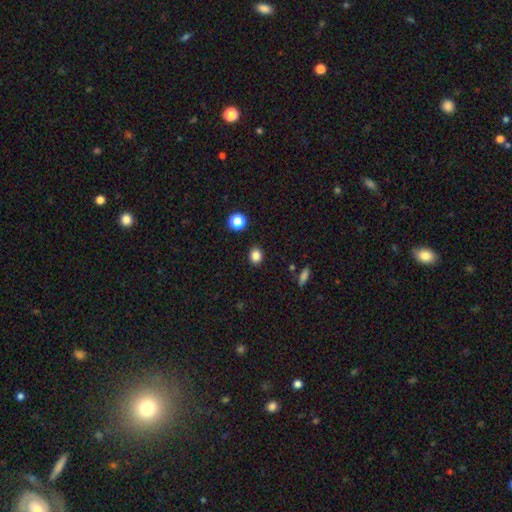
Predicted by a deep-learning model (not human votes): smooth 84%, star or artifact 11%, featured or disk 4%. Down the decision tree: how rounded — round (63%); merging — none (89%).